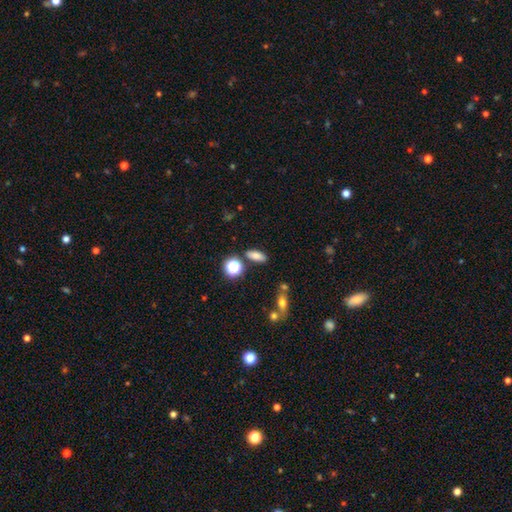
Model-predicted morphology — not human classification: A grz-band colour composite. It shows a smooth galaxy with no disk features (76%) that is in between round and cigar-shaped (74%). Merging: none (80%).